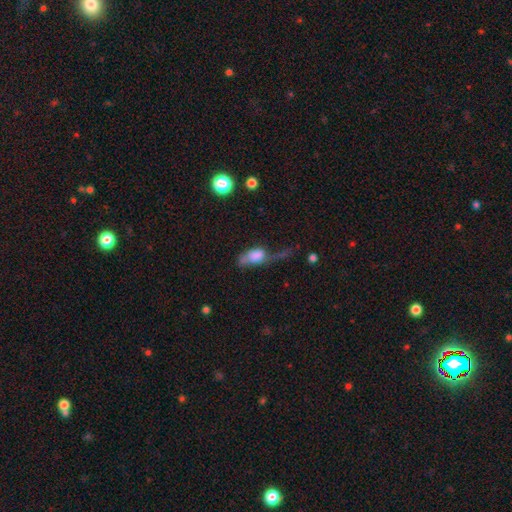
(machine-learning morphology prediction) Smooth or featured: smooth — 65% (featured or disk — 25%)
How rounded: in between — 82% (round — 10%)
Merging: major disturbance — 50% (minor disturbance — 19%)